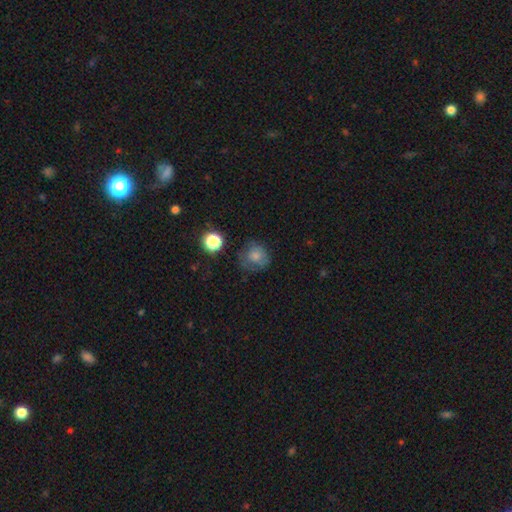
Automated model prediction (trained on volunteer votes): This appears to be a smooth galaxy with no disk features (71%) that is round (82%). Merging: none (56%).